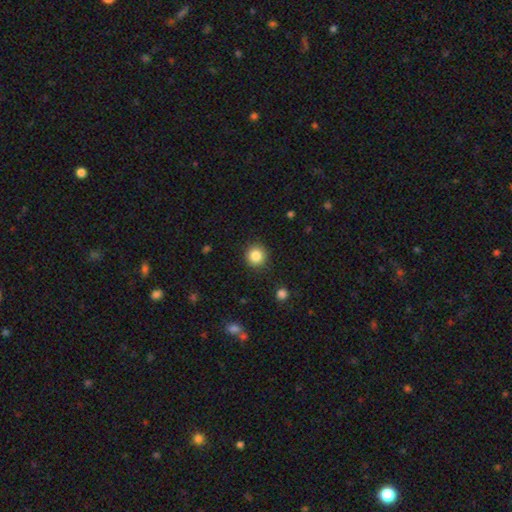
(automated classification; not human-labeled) smooth 85%, star or artifact 10%, featured or disk 5%. Down the decision tree: how rounded — round (93%); merging — none (91%).